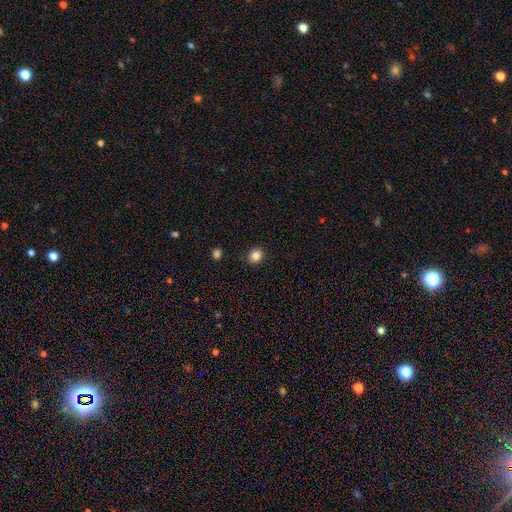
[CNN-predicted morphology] Smooth or featured? Predicted: smooth (p=0.85). How rounded? Predicted: round (p=0.74). Merging? Predicted: none (p=0.89).